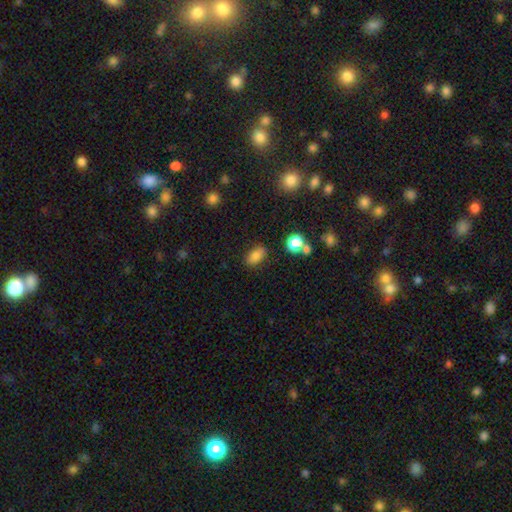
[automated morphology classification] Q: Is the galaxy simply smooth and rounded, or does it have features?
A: smooth — 79%.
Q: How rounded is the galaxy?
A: in between — 85%.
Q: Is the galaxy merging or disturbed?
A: none — 81%.